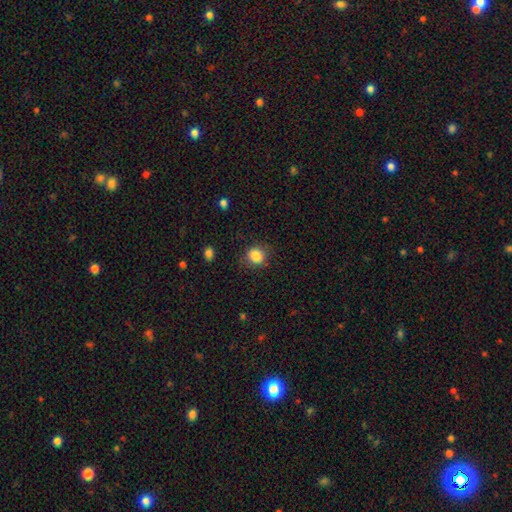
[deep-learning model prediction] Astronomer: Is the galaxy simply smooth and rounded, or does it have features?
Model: smooth — 85%.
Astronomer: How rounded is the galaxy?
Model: round — 75%.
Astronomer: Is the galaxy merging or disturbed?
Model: none — 81%.